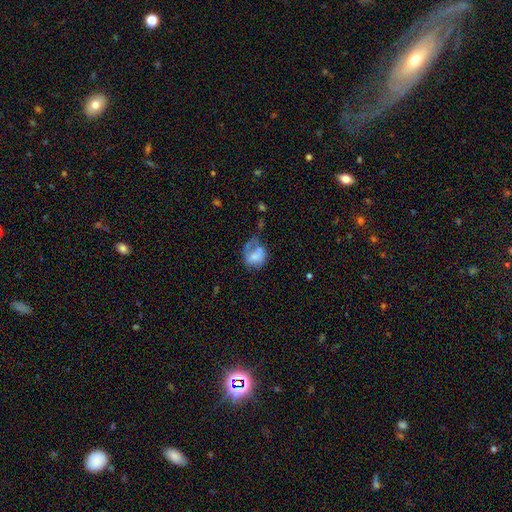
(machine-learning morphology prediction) A smooth galaxy with no disk features (58%) that is in between round and cigar-shaped (54%). Merging: major disturbance (41%).